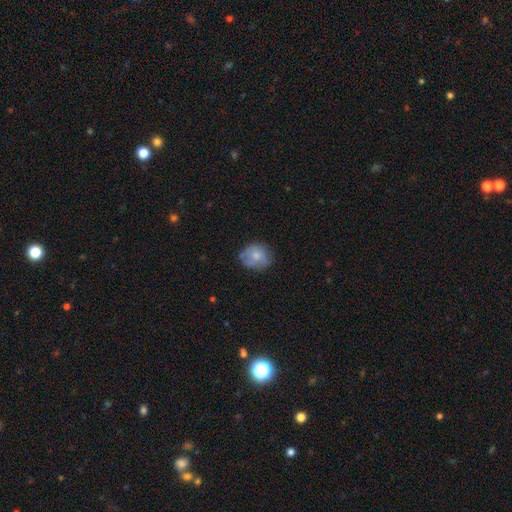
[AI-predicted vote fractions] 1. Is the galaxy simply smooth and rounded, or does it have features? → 67% smooth, 25% featured or disk, 8% star or artifact.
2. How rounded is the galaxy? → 71% round, 28% in between, 1% cigar-shaped.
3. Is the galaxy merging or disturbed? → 64% none, 25% minor disturbance, 9% major disturbance, 2% merger.